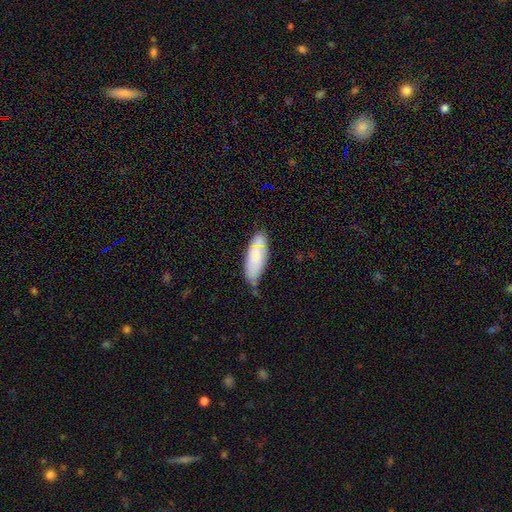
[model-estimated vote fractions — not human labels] Smooth or featured? smooth (75%)
How rounded? in between (76%)
Merging? none (51%)